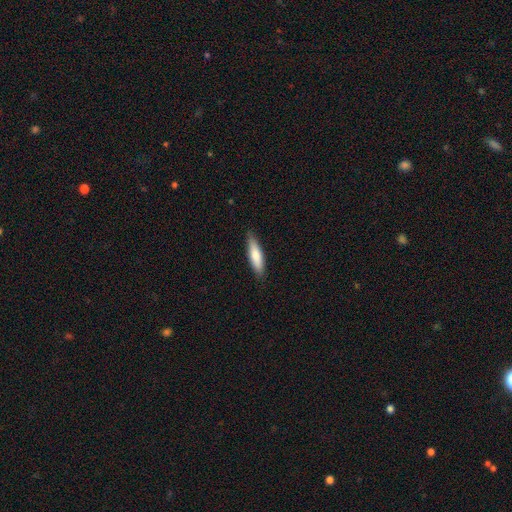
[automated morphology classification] Overall: smooth (76%). How rounded: cigar-shaped (70%). Merging: none (86%).